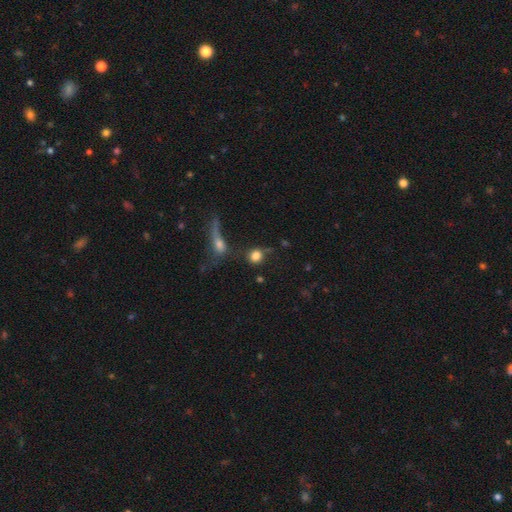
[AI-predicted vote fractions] Morphology: type=smooth (80%); roundness=round (83%); merging=none (54%).